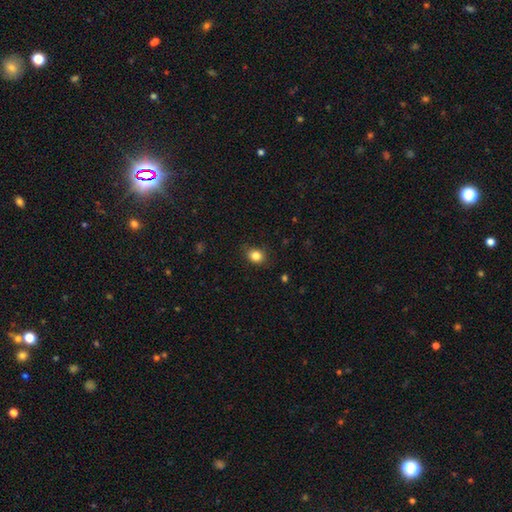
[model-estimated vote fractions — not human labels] Overall: smooth (84%). How rounded: in between (51%; round 48%). Merging: none (82%).